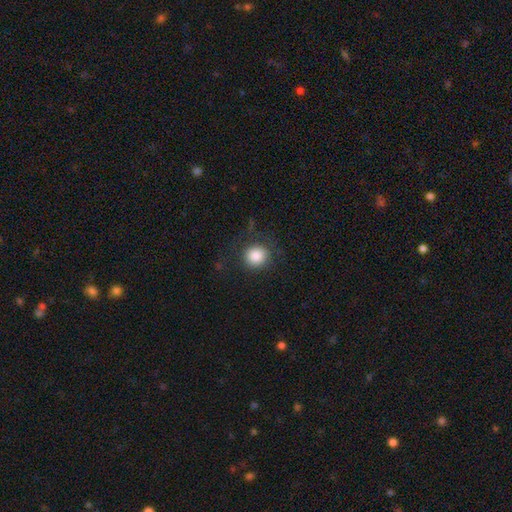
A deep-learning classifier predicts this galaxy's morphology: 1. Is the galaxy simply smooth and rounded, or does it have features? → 86% smooth, 9% star or artifact, 6% featured or disk.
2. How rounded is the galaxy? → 92% round, 7% in between, 1% cigar-shaped.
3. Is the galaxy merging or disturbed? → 80% none, 11% minor disturbance, 7% major disturbance, 1% merger.